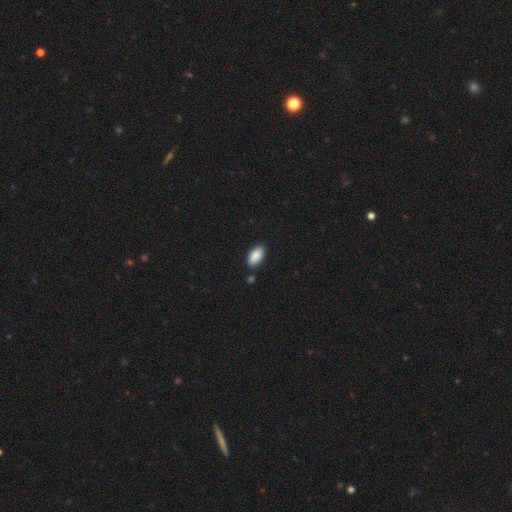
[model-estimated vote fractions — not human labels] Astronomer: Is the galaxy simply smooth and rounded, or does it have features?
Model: smooth — 89%.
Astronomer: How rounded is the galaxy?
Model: in between — 93%.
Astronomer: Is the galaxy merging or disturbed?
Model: none — 83%.